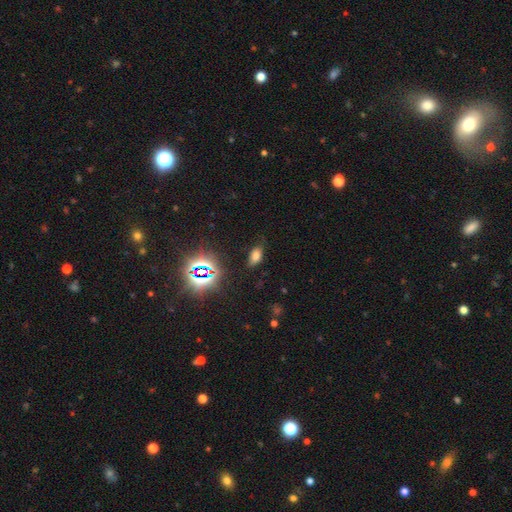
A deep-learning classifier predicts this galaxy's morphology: type=smooth (66%); roundness=in between (88%); merging=none (79%).